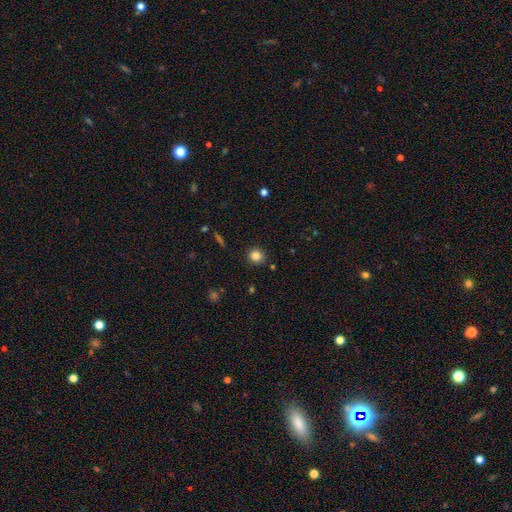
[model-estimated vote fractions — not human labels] A smooth galaxy with no disk features (83%) that is round (90%). Merging: none (90%).